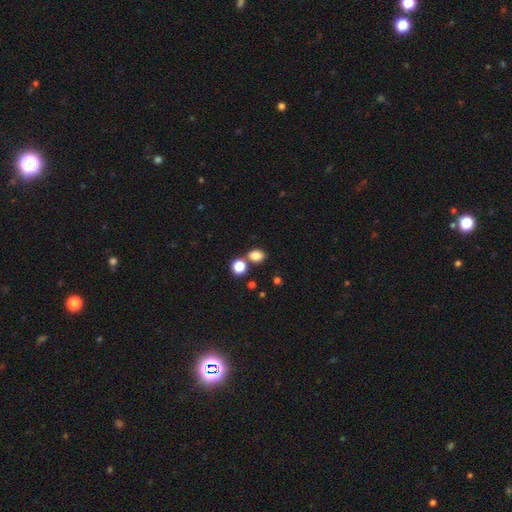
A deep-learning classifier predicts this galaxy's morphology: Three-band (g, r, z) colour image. It shows a smooth galaxy with no disk features (82%) that is in between round and cigar-shaped (58%). Merging: none (67%).